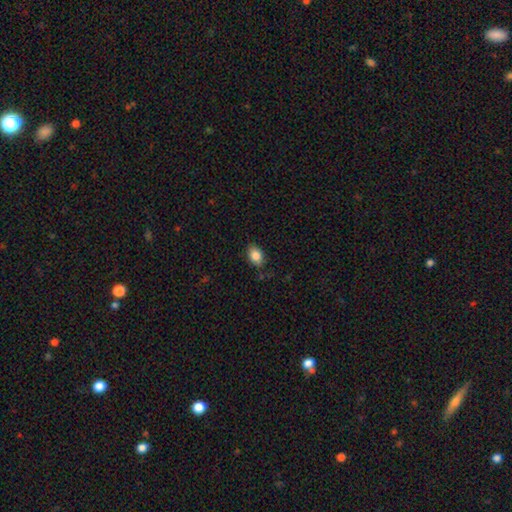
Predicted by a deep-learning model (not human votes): Q: Smooth or featured?
A: smooth (86%); runner-up: star or artifact (8%)
Q: How rounded?
A: in between (82%); runner-up: round (17%)
Q: Merging?
A: none (81%); runner-up: minor disturbance (14%)